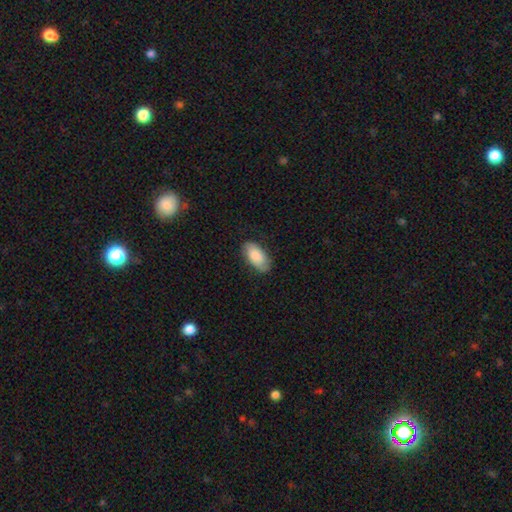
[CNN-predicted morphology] Smooth or featured? smooth (78%)
How rounded? in between (94%)
Merging? none (78%)